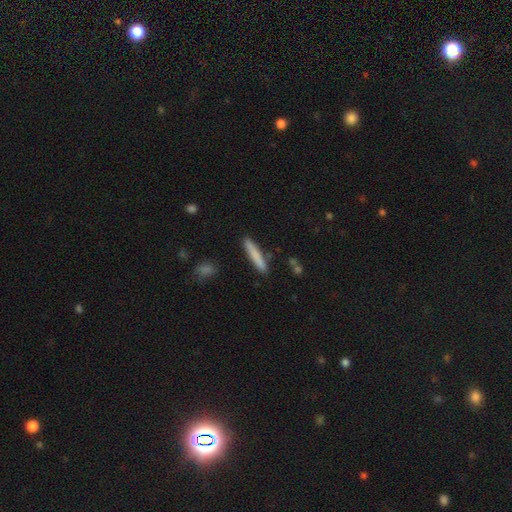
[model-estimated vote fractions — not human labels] A smooth galaxy with no disk features (79%) that is cigar-shaped (93%). Merging: none (88%).